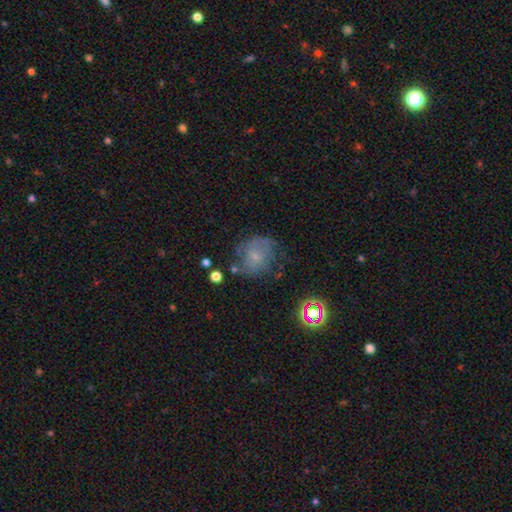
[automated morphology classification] Smooth or featured? smooth (44%)
Merging? none (53%)